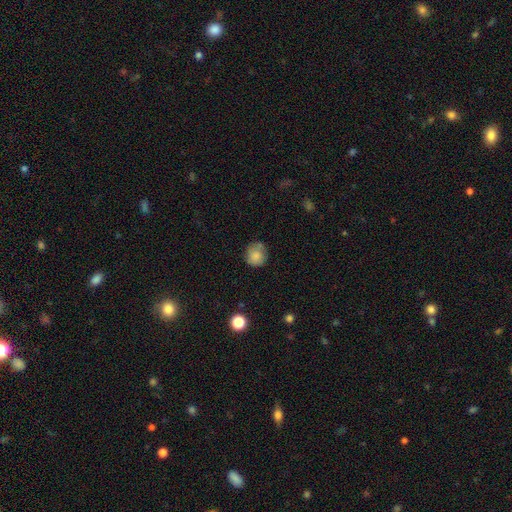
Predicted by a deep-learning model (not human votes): Smooth or featured? smooth (81%)
How rounded? round (85%)
Merging? none (64%)